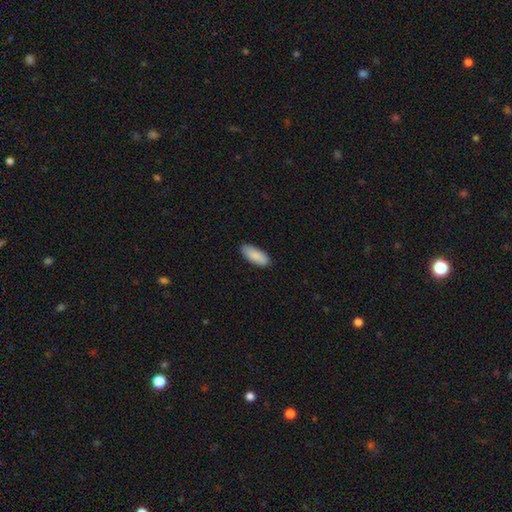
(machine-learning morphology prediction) A smooth galaxy with no disk features (89%) that is in between round and cigar-shaped (80%).

Vote fractions:
- Smooth or featured? smooth: 89% / star or artifact: 6% / featured or disk: 5%
- How rounded? in between: 80% / cigar-shaped: 18% / round: 2%
- Merging? none: 87% / minor disturbance: 11% / major disturbance: 2% / merger: 1%